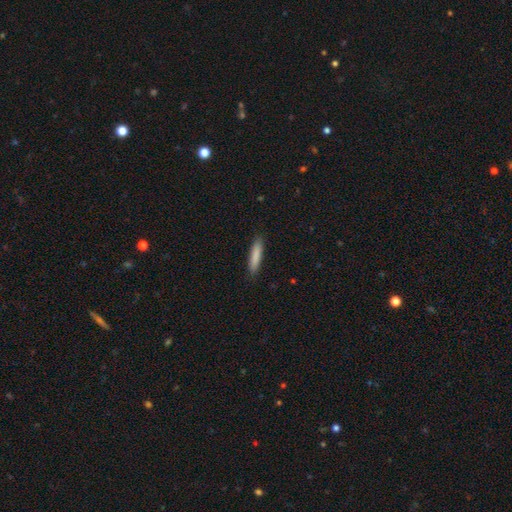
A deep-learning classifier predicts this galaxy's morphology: smooth 86%, featured or disk 8%, star or artifact 6%. Down the decision tree: how rounded — cigar-shaped (83%); merging — none (89%).